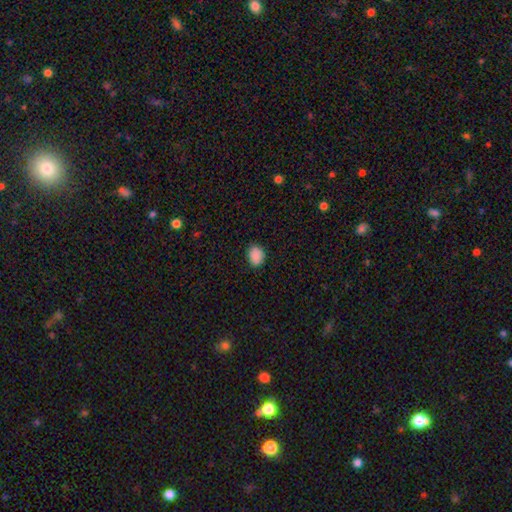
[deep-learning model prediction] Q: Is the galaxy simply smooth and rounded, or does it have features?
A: smooth — 88%.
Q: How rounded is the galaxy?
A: in between — 66%.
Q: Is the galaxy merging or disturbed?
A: none — 82%.